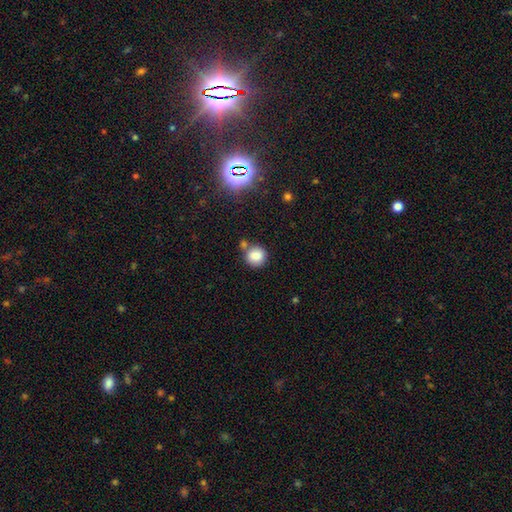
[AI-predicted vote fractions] Smooth or featured?
  - smooth: 85% *
  - star or artifact: 10%
  - featured or disk: 5%
How rounded?
  - round: 90% *
  - in between: 9%
  - cigar-shaped: 1%
Merging?
  - none: 68% *
  - merger: 16%
  - minor disturbance: 12%
  - major disturbance: 4%